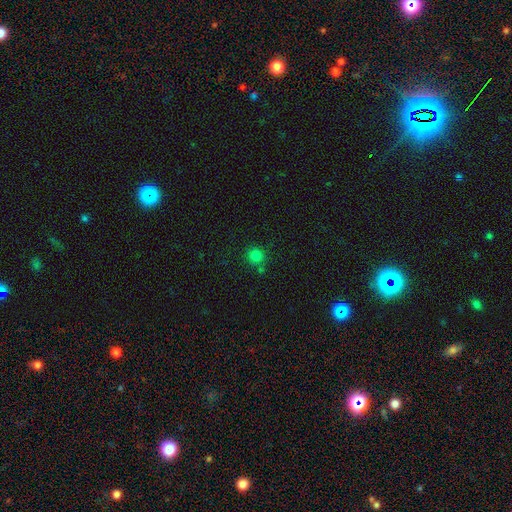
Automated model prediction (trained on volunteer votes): Q: Smooth or featured?
A: smooth (80%); runner-up: star or artifact (15%)
Q: How rounded?
A: round (91%); runner-up: in between (8%)
Q: Merging?
A: none (76%); runner-up: merger (11%)